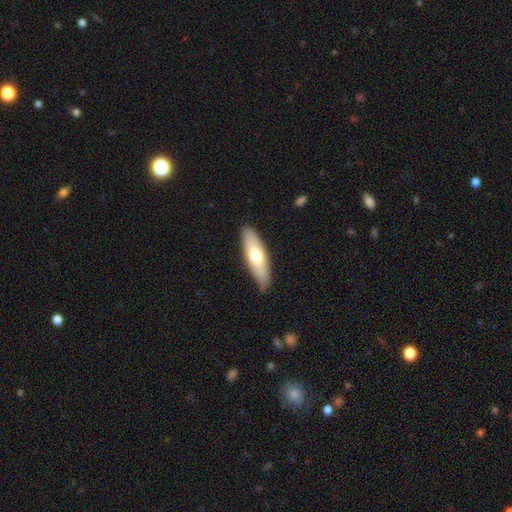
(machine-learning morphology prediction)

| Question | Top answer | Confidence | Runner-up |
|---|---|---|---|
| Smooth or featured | smooth | 64% | featured or disk (31%) |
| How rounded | cigar-shaped | 52% | in between (47%) |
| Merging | none | 83% | minor disturbance (14%) |